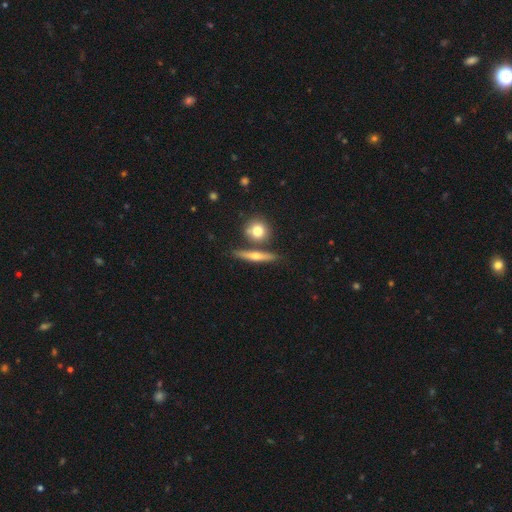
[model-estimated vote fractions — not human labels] Smooth or featured? featured or disk (54%)
Edge-on disk? yes (92%)
Merging? none (75%)